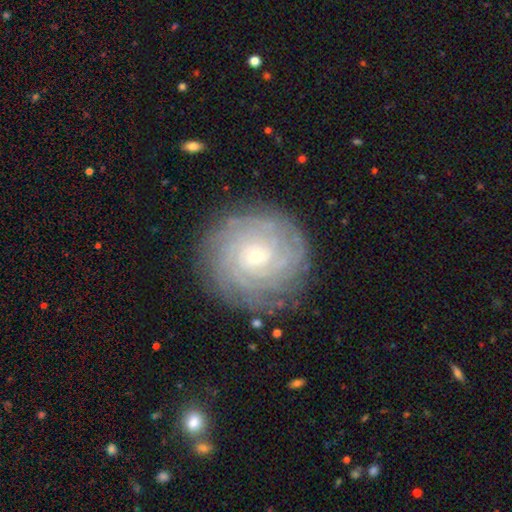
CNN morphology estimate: featured or disk 80%, smooth 12%, star or artifact 7%. Down the decision tree: edge-on disk — no (98%); bar — no (74%); spiral arms — yes (96%); spiral arm count — can't tell (34%); spiral winding — tight (85%); bulge size — small (81%); merging — none (85%).